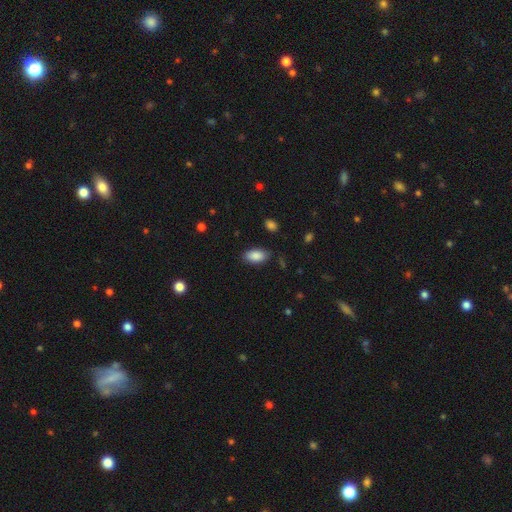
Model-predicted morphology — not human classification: Smooth or featured? smooth (87%)
How rounded? in between (93%)
Merging? none (84%)